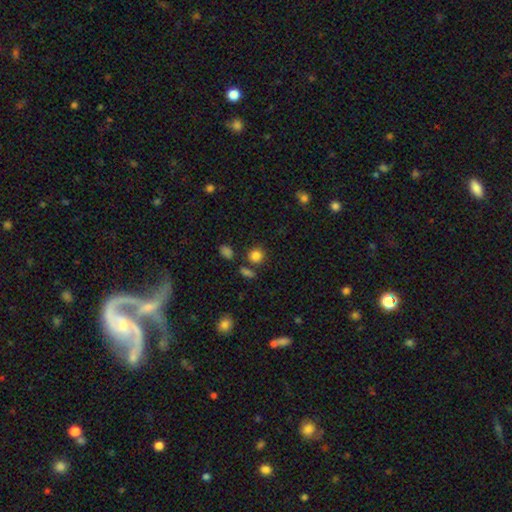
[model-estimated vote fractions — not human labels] Q: Smooth or featured?
A: smooth (83%); runner-up: star or artifact (12%)
Q: How rounded?
A: round (85%); runner-up: in between (14%)
Q: Merging?
A: none (76%); runner-up: merger (11%)